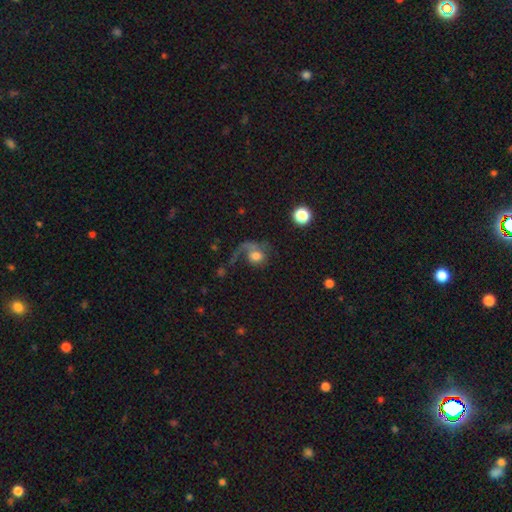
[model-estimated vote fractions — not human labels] A smooth galaxy with no disk features (49%).

Vote fractions:
- Smooth or featured? smooth: 49% / featured or disk: 40% / star or artifact: 11%
- Merging? major disturbance: 49% / none: 28% / minor disturbance: 13% / merger: 10%